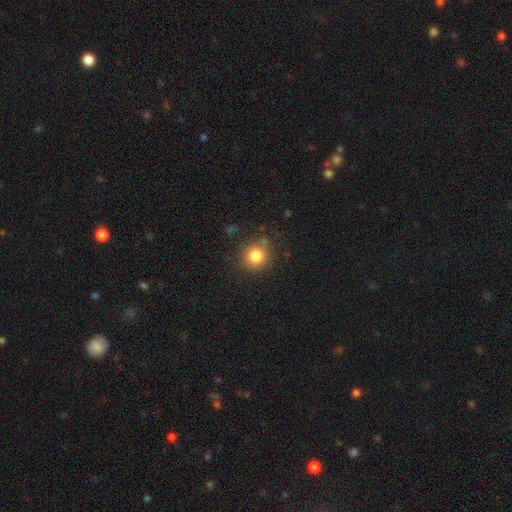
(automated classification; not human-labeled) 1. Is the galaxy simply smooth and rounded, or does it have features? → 82% smooth, 11% star or artifact, 6% featured or disk.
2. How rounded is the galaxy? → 90% round, 9% in between, 1% cigar-shaped.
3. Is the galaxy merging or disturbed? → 82% none, 11% minor disturbance, 4% major disturbance, 3% merger.